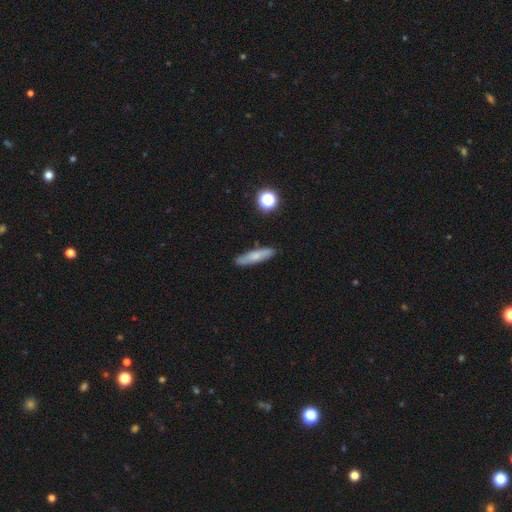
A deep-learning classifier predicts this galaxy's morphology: This appears to be a smooth galaxy with no disk features (67%) that is cigar-shaped (81%). Merging: none (86%).